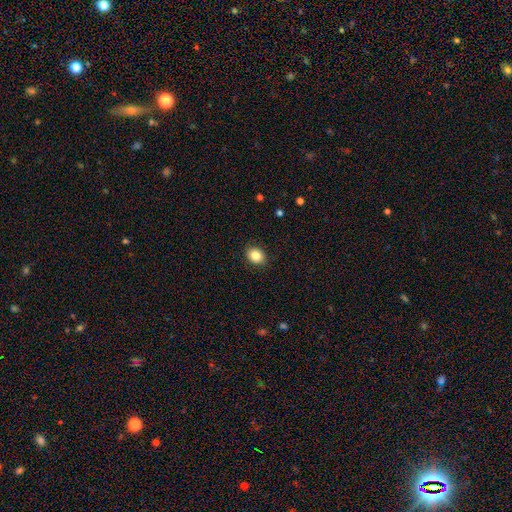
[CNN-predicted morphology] Smooth or featured? Predicted: smooth (p=0.86). How rounded? Predicted: round (p=0.50). Merging? Predicted: none (p=0.90).